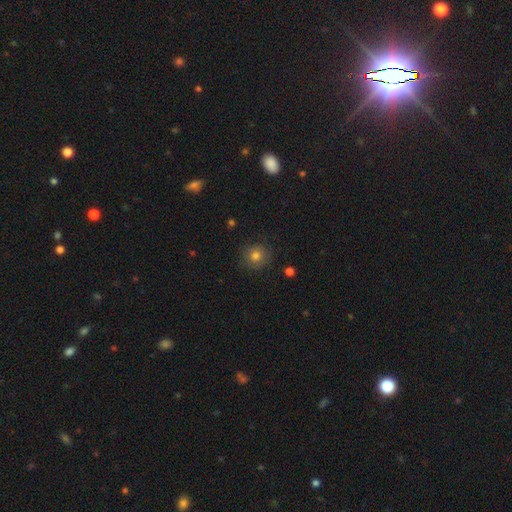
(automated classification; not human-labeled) Q: Smooth or featured?
A: smooth (74%); runner-up: star or artifact (13%)
Q: How rounded?
A: round (90%); runner-up: in between (9%)
Q: Merging?
A: none (82%); runner-up: minor disturbance (13%)